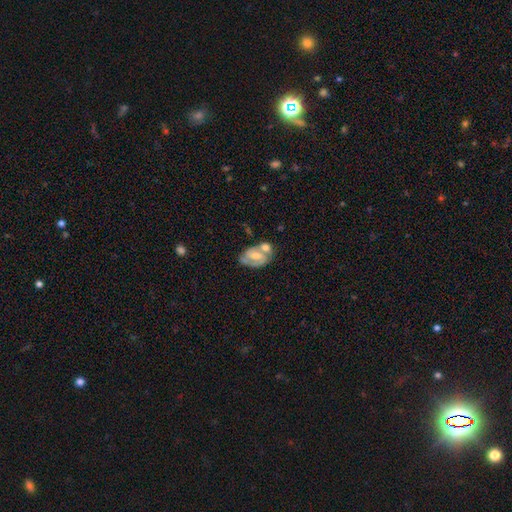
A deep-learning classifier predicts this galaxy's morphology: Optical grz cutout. It shows a featured or disk galaxy (71%) with a weak bar (44%), 2 (76%) medium (45%) spiral arms (81%) and a moderate central bulge (52%). Merging: none (39%).